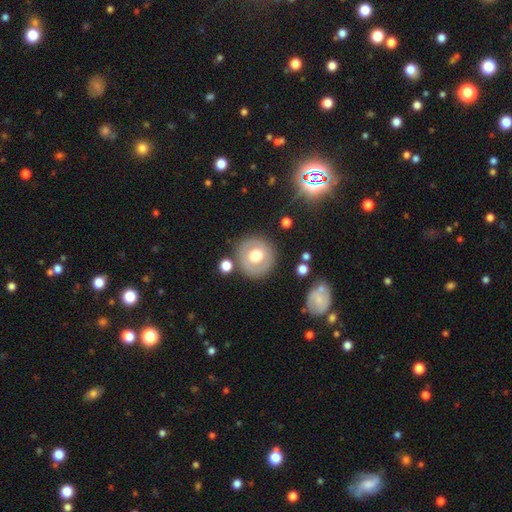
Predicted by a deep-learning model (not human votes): smooth-or-featured: smooth: 53% | featured or disk: 40% | star or artifact: 8%
  how-rounded: round: 92% | in between: 7% | cigar-shaped: 1%
  merging: none: 82% | minor disturbance: 10% | major disturbance: 4% | merger: 4%